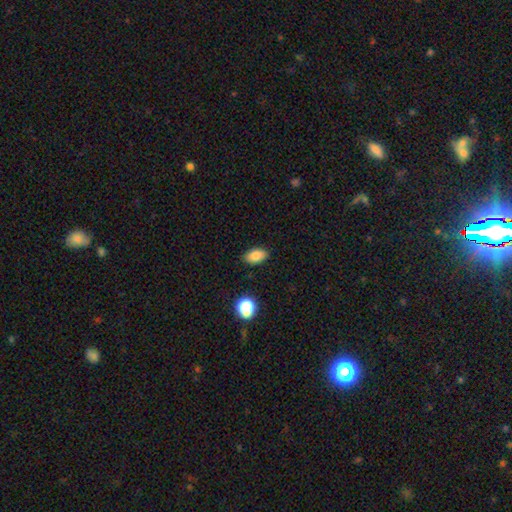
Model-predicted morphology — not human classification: type=smooth (86%); roundness=in between (90%); merging=none (86%).